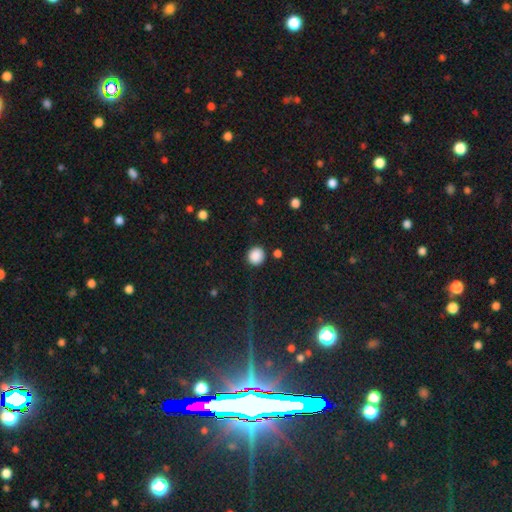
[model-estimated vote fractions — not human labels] This appears to be a smooth galaxy with no disk features (88%) that is round (91%). Merging: none (89%).